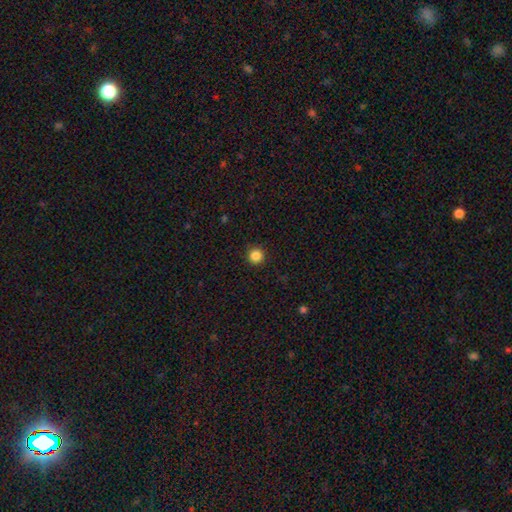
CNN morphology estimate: The model was most divided on "smooth or featured": smooth: 85%, star or artifact: 12%, featured or disk: 4%. More confident: how rounded — round (96%); merging — none (92%).